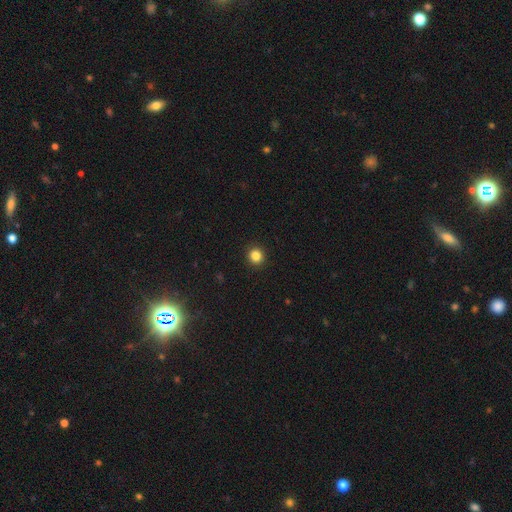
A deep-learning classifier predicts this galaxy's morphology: The model was most divided on "smooth or featured": smooth: 85%, star or artifact: 12%, featured or disk: 4%. More confident: merging — none (93%); how rounded — round (92%).